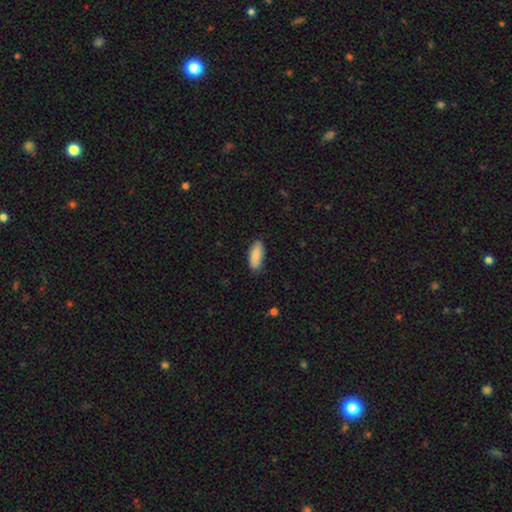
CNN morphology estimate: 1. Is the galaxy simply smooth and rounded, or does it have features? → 88% smooth, 6% star or artifact, 6% featured or disk.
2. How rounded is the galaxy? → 80% in between, 18% cigar-shaped, 2% round.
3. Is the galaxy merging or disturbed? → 86% none, 11% minor disturbance, 2% major disturbance, 1% merger.